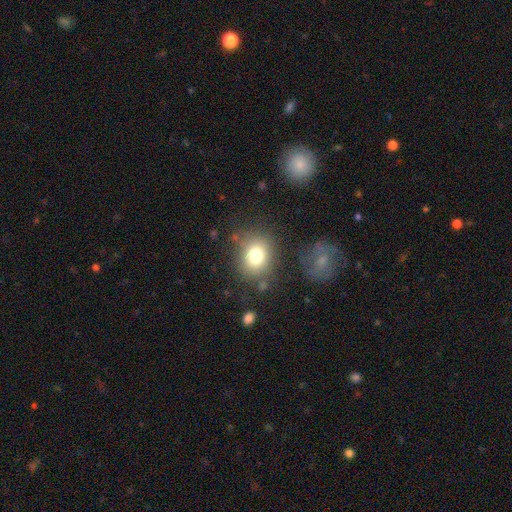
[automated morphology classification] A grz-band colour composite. It shows a smooth galaxy with no disk features (77%) that is round (61%). Merging: none (74%).